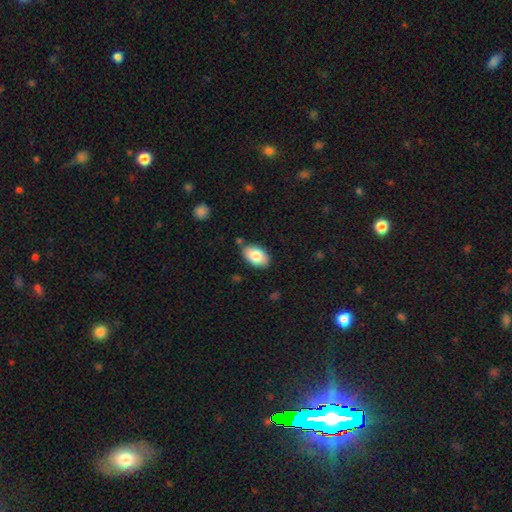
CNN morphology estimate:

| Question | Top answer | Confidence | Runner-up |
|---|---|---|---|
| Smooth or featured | smooth | 84% | featured or disk (9%) |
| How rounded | in between | 94% | round (5%) |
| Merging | none | 82% | minor disturbance (13%) |